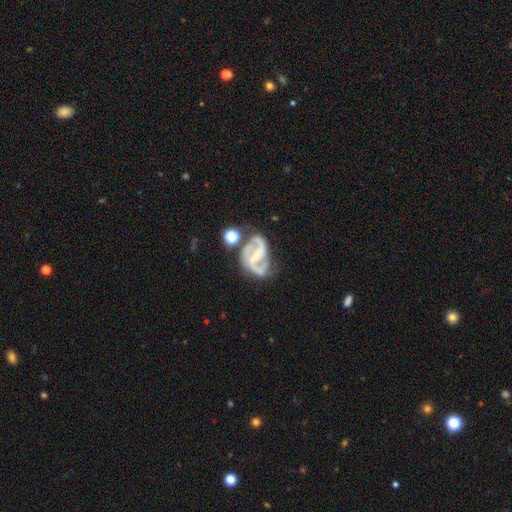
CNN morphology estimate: A featured or disk galaxy (88%) with a strong bar (46%), 2 (87%) medium (53%) spiral arms (96%) and a small central bulge (53%).

Vote fractions:
- Smooth or featured? featured or disk: 88% / star or artifact: 6% / smooth: 6%
- Edge-on disk? no: 98% / yes: 2%
- Bar? strong: 46% / weak: 38% / no: 16%
- Spiral arms? yes: 96% / no: 4%
- Spiral winding? medium: 53% / loose: 28% / tight: 20%
- Spiral arm count? 2: 87% / 3: 4% / can't tell: 4% / 1: 2% / 4: 1% / more than 4: 1%
- Bulge size? small: 53% / moderate: 23% / none: 21% / large: 2% / dominant: 1%
- Merging? none: 54% / minor disturbance: 21% / major disturbance: 14% / merger: 10%